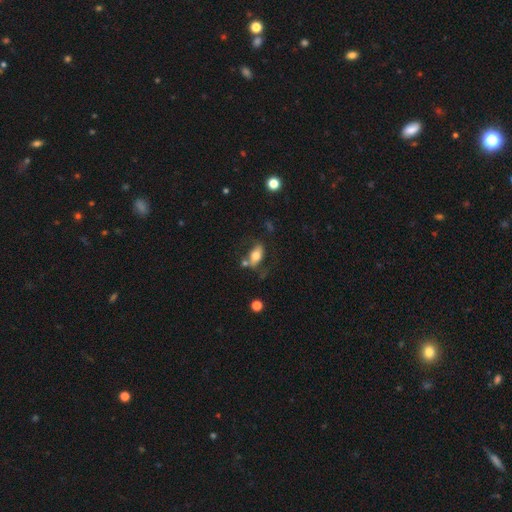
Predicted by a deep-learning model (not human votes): smooth-or-featured: smooth: 60% | featured or disk: 32% | star or artifact: 8%
  how-rounded: in between: 82% | cigar-shaped: 10% | round: 8%
  merging: none: 53% | minor disturbance: 20% | merger: 14% | major disturbance: 12%